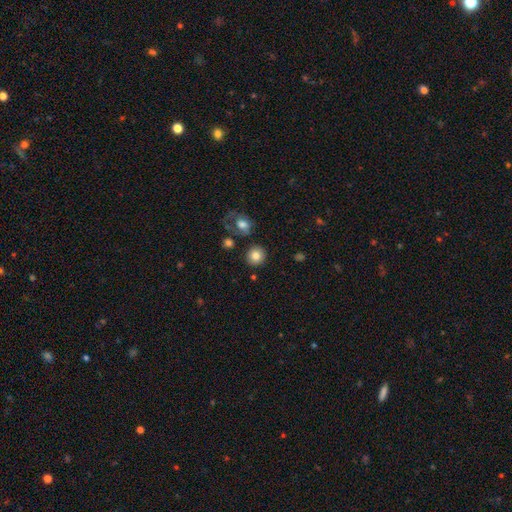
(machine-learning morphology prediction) Overall: smooth (83%). How rounded: round (91%). Merging: none (86%).